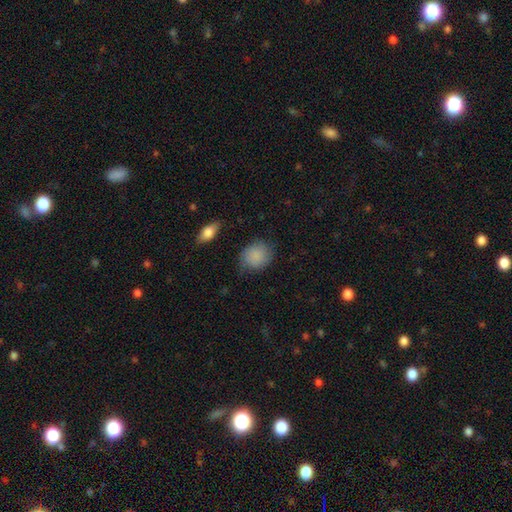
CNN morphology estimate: The model was most divided on "how rounded": round: 59%, in between: 40%, cigar-shaped: 1%. More confident: smooth or featured — smooth (85%); merging — none (70%).